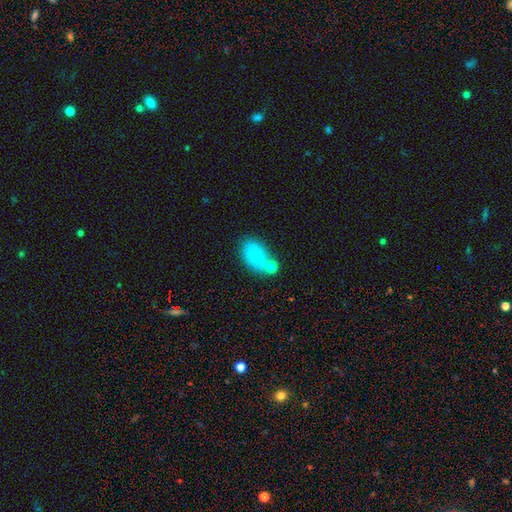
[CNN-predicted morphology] Overall: smooth (70%). How rounded: in between (87%). Merging: none (55%; minor disturbance 21%).